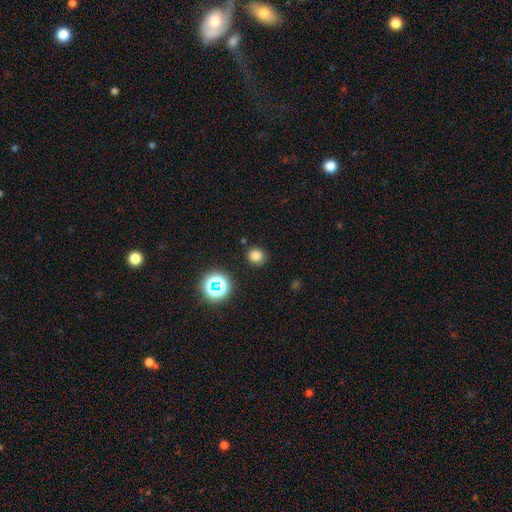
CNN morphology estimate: The model was most divided on "smooth or featured": smooth: 77%, star or artifact: 18%, featured or disk: 5%. More confident: merging — none (86%); how rounded — round (83%).